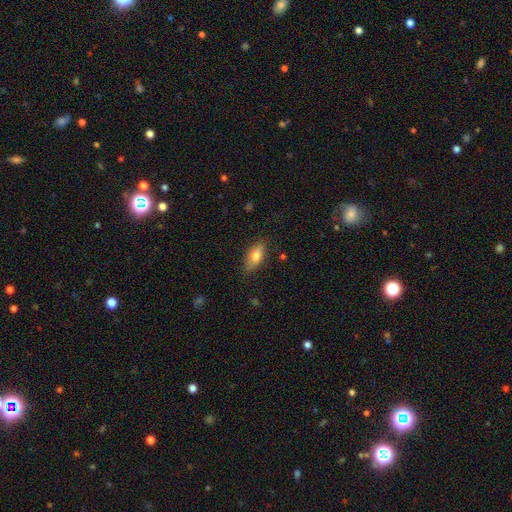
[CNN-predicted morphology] Smooth or featured: smooth — 74% (featured or disk — 19%)
How rounded: in between — 79% (cigar-shaped — 18%)
Merging: none — 81% (minor disturbance — 15%)